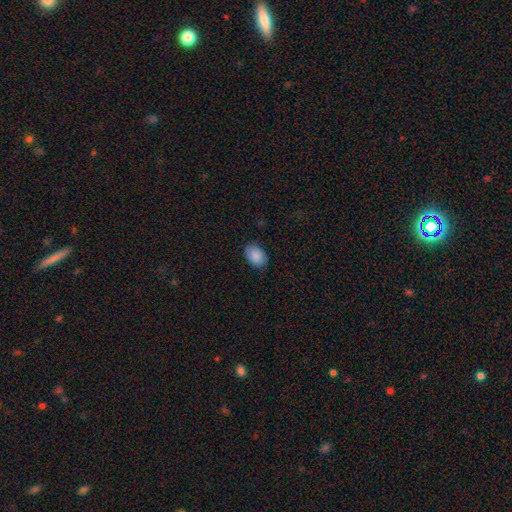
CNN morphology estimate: smooth 89%, star or artifact 7%, featured or disk 4%. Down the decision tree: how rounded — in between (85%); merging — none (87%).